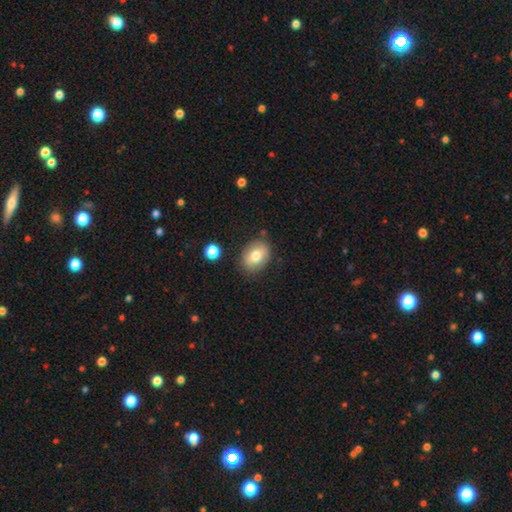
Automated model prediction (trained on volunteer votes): Smooth or featured? Predicted: smooth (p=0.77). How rounded? Predicted: in between (p=0.67). Merging? Predicted: none (p=0.82).